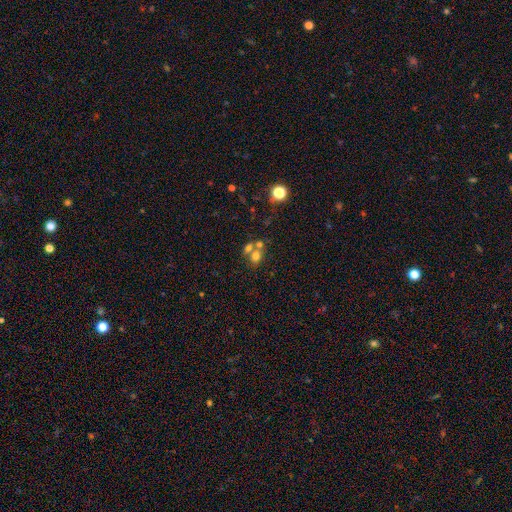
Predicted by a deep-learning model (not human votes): The model was most divided on "merging": merger: 51%, none: 36%, minor disturbance: 8%, major disturbance: 5%. More confident: smooth or featured — smooth (67%); how rounded — round (58%).